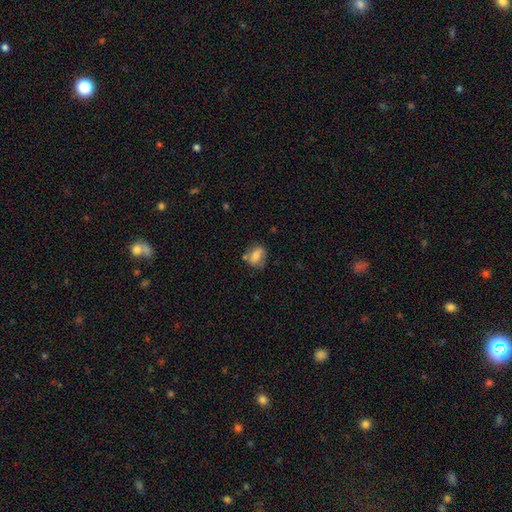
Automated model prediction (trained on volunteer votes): A smooth galaxy with no disk features (65%) that is in between round and cigar-shaped (59%).

Vote fractions:
- Smooth or featured? smooth: 65% / featured or disk: 26% / star or artifact: 9%
- How rounded? in between: 59% / round: 38% / cigar-shaped: 3%
- Merging? none: 57% / minor disturbance: 24% / merger: 11% / major disturbance: 8%